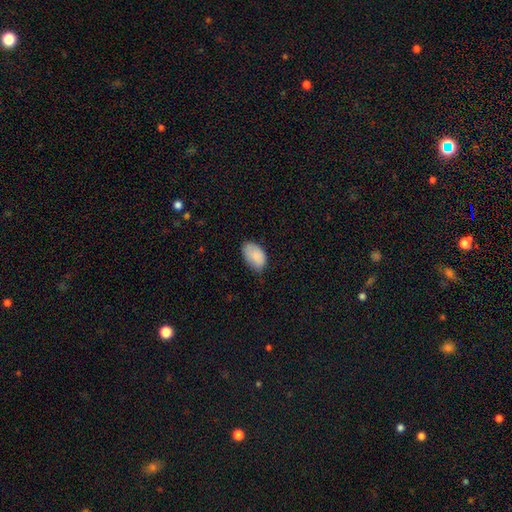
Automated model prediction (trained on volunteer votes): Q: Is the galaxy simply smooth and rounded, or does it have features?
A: smooth — 87%.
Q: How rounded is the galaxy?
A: in between — 93%.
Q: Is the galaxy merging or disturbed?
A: none — 60%.